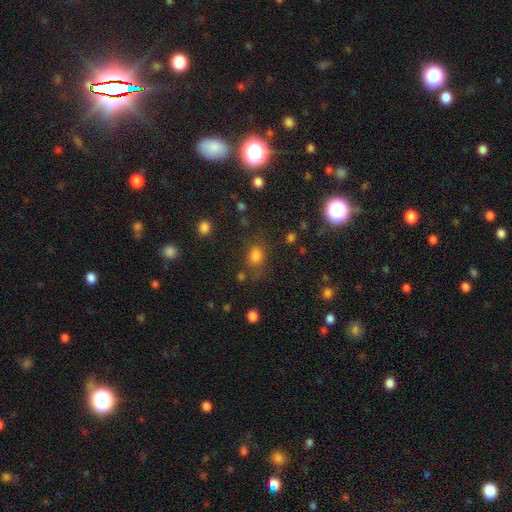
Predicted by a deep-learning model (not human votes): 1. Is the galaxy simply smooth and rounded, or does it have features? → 72% smooth, 21% star or artifact, 7% featured or disk.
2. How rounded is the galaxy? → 52% round, 46% in between, 2% cigar-shaped.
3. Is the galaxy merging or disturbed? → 72% none, 15% minor disturbance, 7% major disturbance, 6% merger.